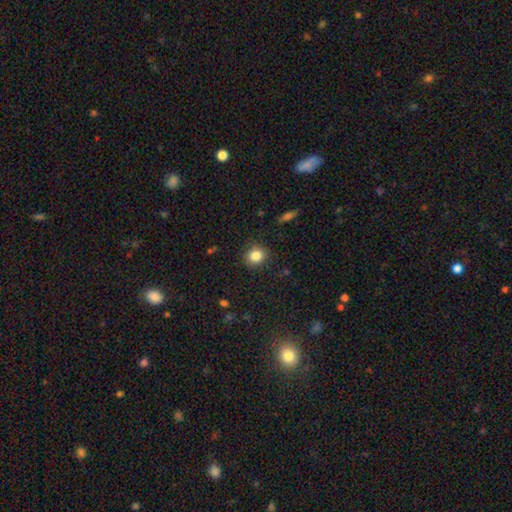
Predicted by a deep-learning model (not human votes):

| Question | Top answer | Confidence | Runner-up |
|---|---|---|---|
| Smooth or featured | smooth | 84% | star or artifact (11%) |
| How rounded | round | 78% | in between (21%) |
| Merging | none | 86% | minor disturbance (10%) |